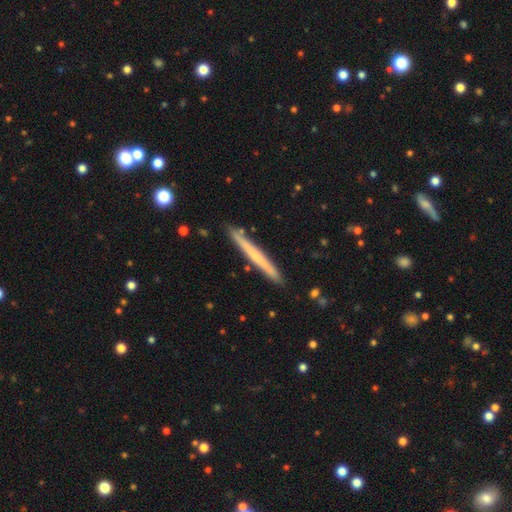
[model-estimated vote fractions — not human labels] A smooth galaxy with no disk features (51%) that is cigar-shaped (97%). Merging: none (89%).